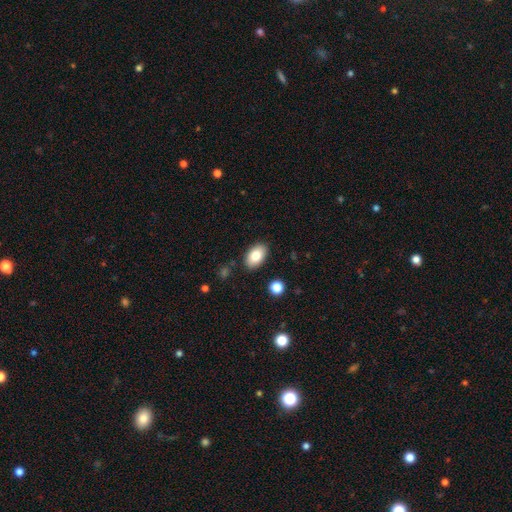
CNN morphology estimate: This is clearly a smooth galaxy (82%). How rounded: clearly in between (92%). Merging: clearly none (87%).